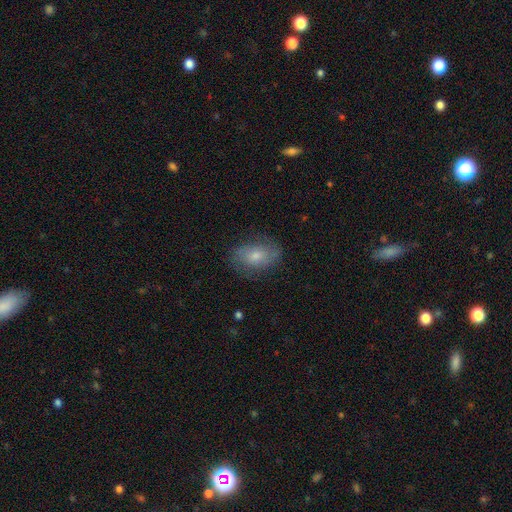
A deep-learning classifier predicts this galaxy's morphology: Smooth or featured? Predicted: smooth (p=0.53). How rounded? Predicted: in between (p=0.81). Merging? Predicted: none (p=0.76).